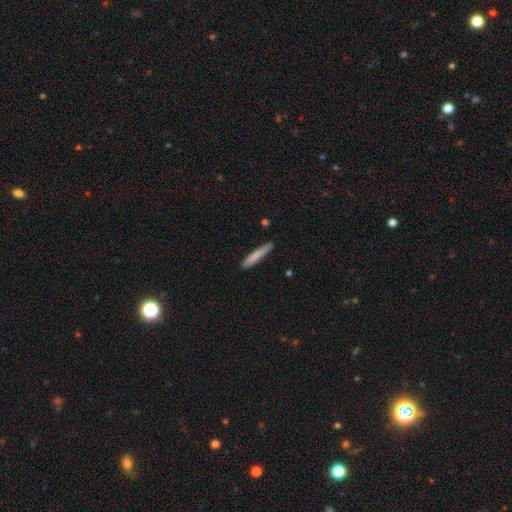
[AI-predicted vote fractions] The model was most divided on "smooth or featured": smooth: 78%, featured or disk: 17%, star or artifact: 5%. More confident: how rounded — cigar-shaped (93%); merging — none (86%).